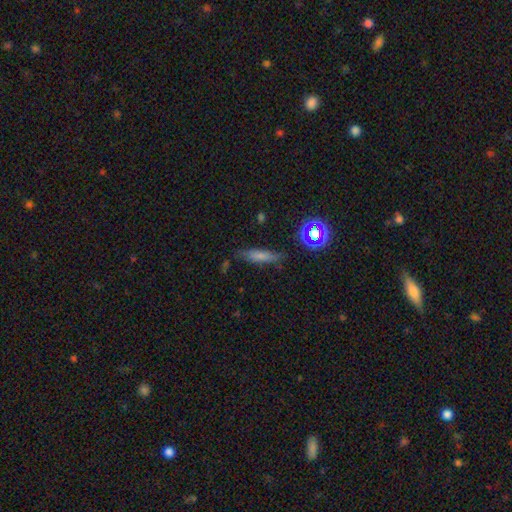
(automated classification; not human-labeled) Smooth or featured? Predicted: smooth (p=0.57). How rounded? Predicted: cigar-shaped (p=0.77). Merging? Predicted: none (p=0.78).